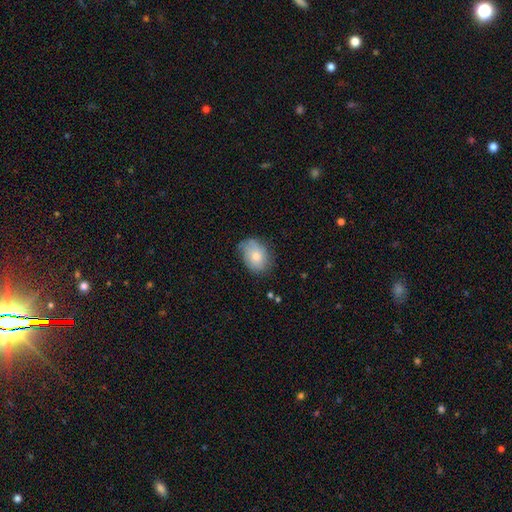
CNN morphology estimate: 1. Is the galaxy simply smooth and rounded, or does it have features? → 72% smooth, 21% featured or disk, 7% star or artifact.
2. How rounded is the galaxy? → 74% in between, 24% round, 1% cigar-shaped.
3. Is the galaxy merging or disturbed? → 67% none, 26% minor disturbance, 6% major disturbance, 1% merger.